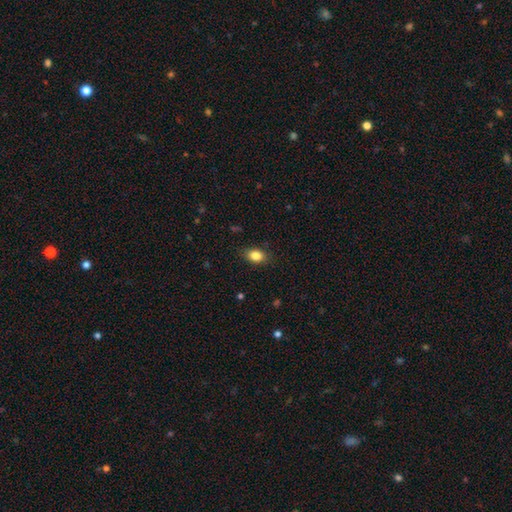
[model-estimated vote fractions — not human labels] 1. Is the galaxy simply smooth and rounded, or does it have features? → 85% smooth, 9% star or artifact, 6% featured or disk.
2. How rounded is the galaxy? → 77% in between, 21% round, 1% cigar-shaped.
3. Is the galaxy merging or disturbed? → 85% none, 11% minor disturbance, 3% major disturbance, 1% merger.